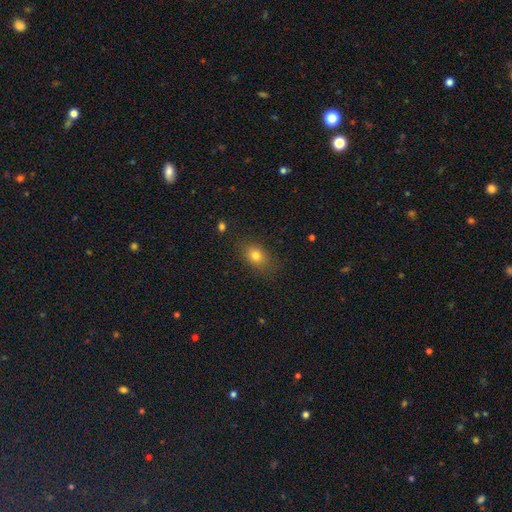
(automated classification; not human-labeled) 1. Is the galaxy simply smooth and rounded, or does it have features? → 77% smooth, 12% star or artifact, 11% featured or disk.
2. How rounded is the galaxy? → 67% in between, 31% round, 2% cigar-shaped.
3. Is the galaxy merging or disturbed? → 79% none, 15% minor disturbance, 5% major disturbance, 1% merger.